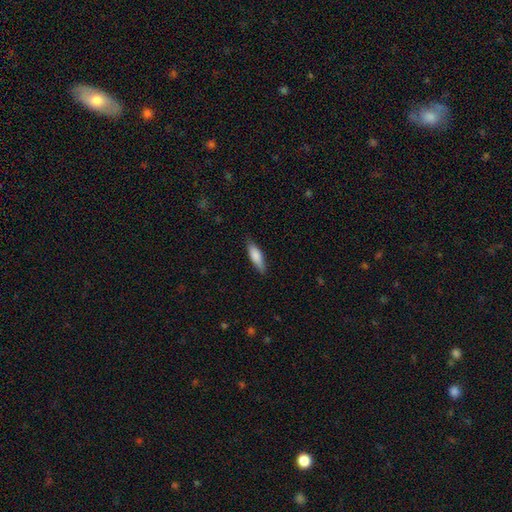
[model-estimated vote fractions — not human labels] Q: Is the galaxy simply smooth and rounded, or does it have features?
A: smooth — 81%.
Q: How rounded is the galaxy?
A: cigar-shaped — 54%.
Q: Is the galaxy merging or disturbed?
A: none — 83%.